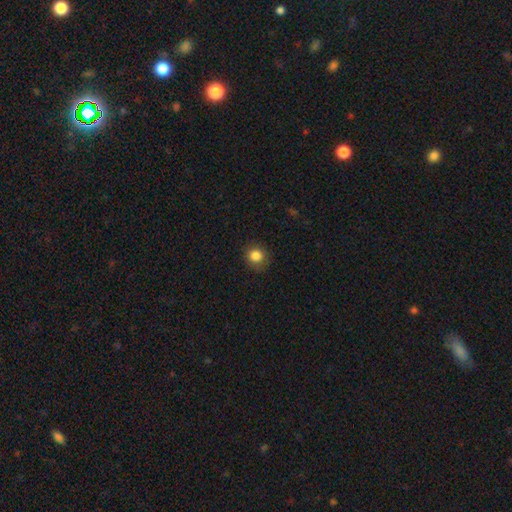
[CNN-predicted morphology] type=smooth (84%); roundness=round (85%); merging=none (82%).